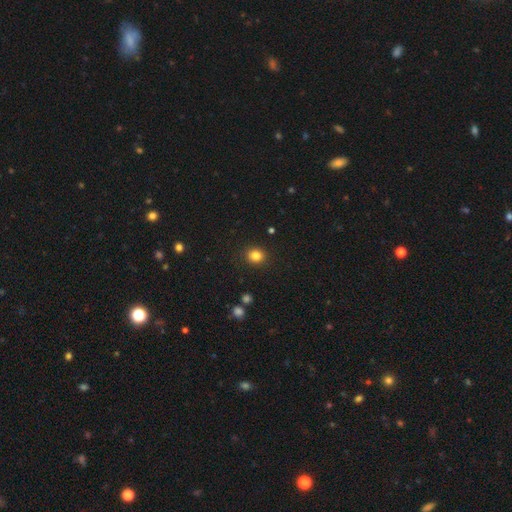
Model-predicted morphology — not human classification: Smooth or featured? Predicted: smooth (p=0.84). How rounded? Predicted: round (p=0.80). Merging? Predicted: none (p=0.90).